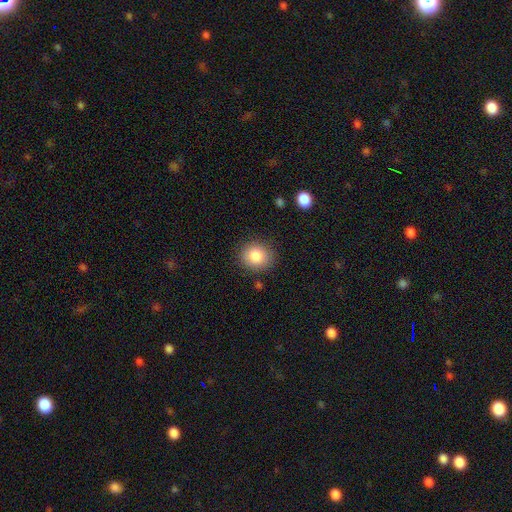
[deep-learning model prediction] Smooth or featured: smooth — 84% (star or artifact — 9%)
How rounded: round — 76% (in between — 23%)
Merging: none — 87% (minor disturbance — 9%)